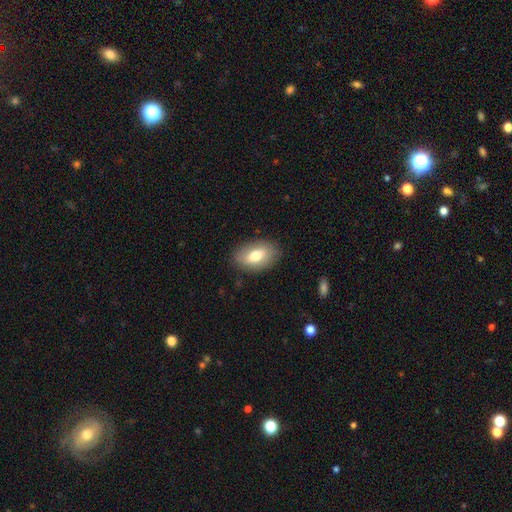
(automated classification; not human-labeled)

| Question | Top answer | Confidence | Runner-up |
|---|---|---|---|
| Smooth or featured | smooth | 69% | featured or disk (24%) |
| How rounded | in between | 91% | round (6%) |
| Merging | none | 84% | minor disturbance (12%) |